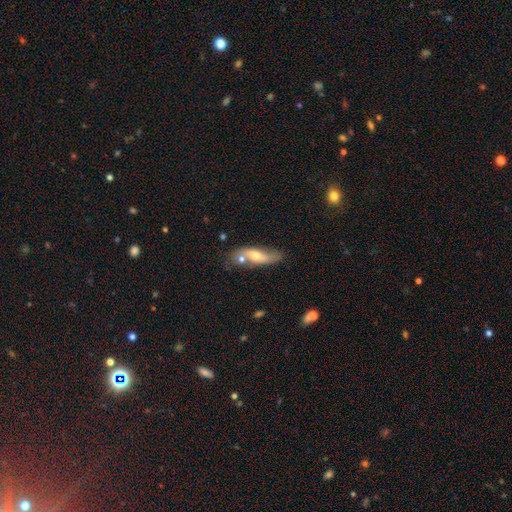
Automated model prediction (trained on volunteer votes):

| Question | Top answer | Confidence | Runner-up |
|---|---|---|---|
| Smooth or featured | featured or disk | 52% | smooth (41%) |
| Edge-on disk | no | 65% | yes (35%) |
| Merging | none | 55% | minor disturbance (20%) |